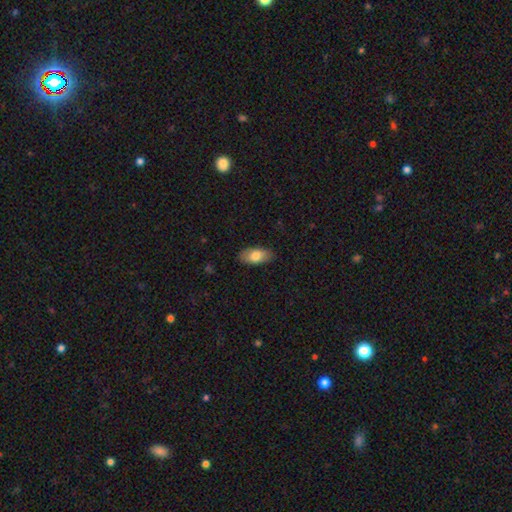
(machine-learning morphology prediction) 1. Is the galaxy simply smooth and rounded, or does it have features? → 77% smooth, 17% featured or disk, 6% star or artifact.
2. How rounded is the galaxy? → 91% in between, 5% cigar-shaped, 3% round.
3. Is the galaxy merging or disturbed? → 85% none, 11% minor disturbance, 2% major disturbance, 1% merger.